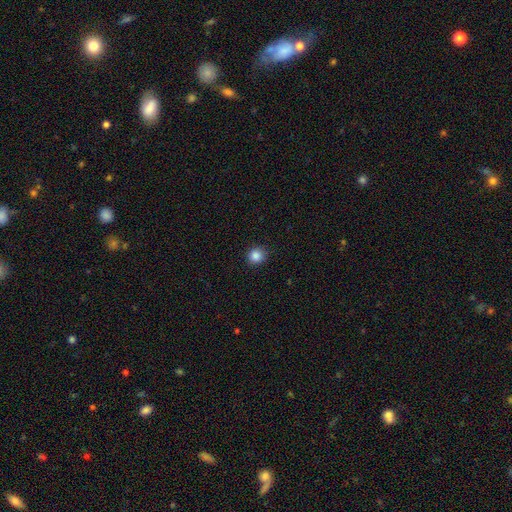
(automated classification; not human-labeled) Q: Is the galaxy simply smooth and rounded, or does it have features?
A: smooth — 86%.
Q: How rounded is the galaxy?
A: round — 91%.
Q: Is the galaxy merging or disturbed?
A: none — 90%.